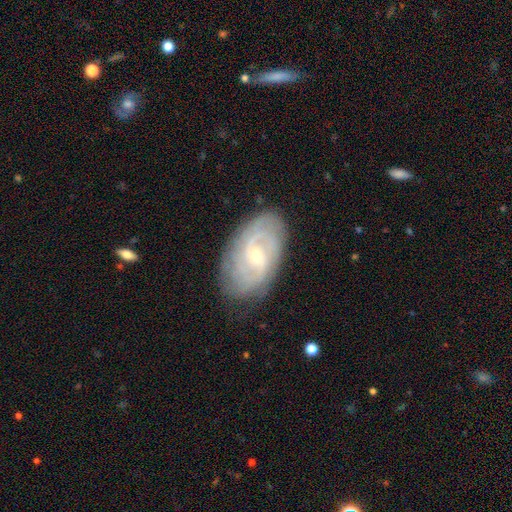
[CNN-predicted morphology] Overall: featured or disk (80%). Edge-on disk: no (95%). Bar: weak (46%; no 42%). Spiral arms: yes (90%). Spiral arm count: can't tell (38%; 2 34%). Spiral winding: tight (55%; medium 34%). Bulge size: small (72%). Merging: none (80%).